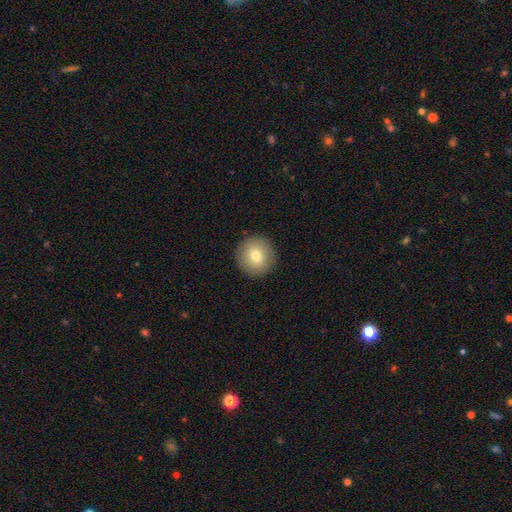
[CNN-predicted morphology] Overall: smooth (77%). How rounded: round (94%). Merging: none (91%).